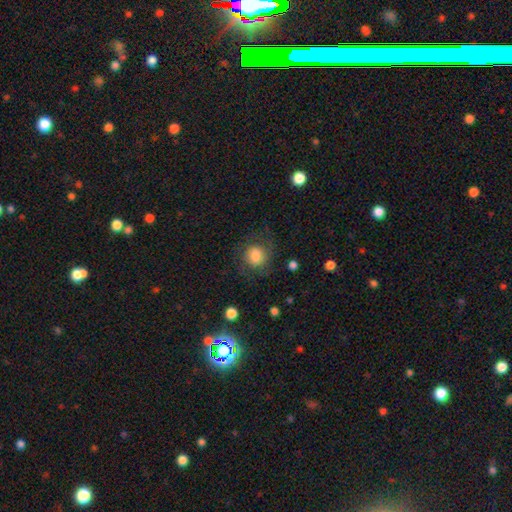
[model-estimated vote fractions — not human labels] Smooth or featured? Predicted: smooth (p=0.71). How rounded? Predicted: round (p=0.75). Merging? Predicted: none (p=0.69).